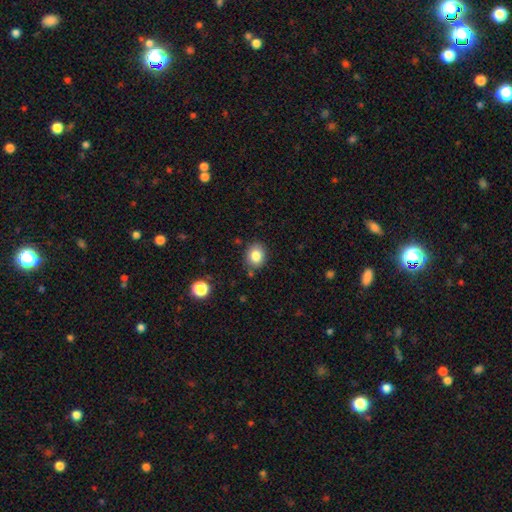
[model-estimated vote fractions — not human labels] A smooth galaxy with no disk features (82%) that is round (59%).

Vote fractions:
- Smooth or featured? smooth: 82% / star or artifact: 10% / featured or disk: 8%
- How rounded? round: 59% / in between: 40% / cigar-shaped: 1%
- Merging? none: 83% / minor disturbance: 11% / merger: 3% / major disturbance: 3%